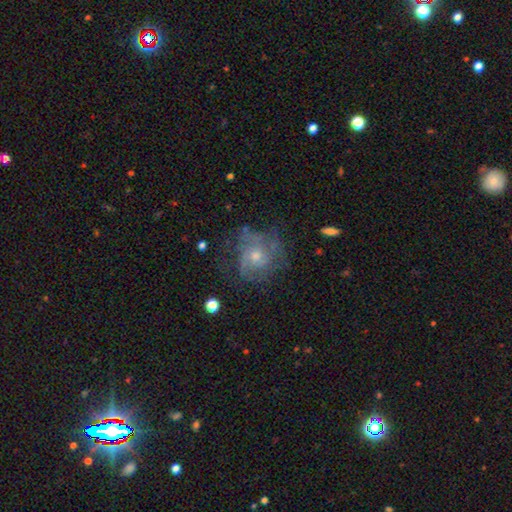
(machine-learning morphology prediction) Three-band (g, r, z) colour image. It shows a featured or disk galaxy (66%) with no bar (82%), spiral arms (76%) and a moderate central bulge (49%). Merging: none (57%).